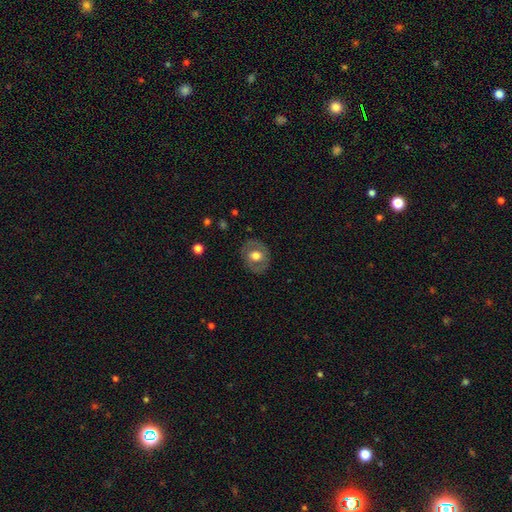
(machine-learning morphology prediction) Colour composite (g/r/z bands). It shows a smooth galaxy with no disk features (50%) that is round (61%). Merging: none (82%).